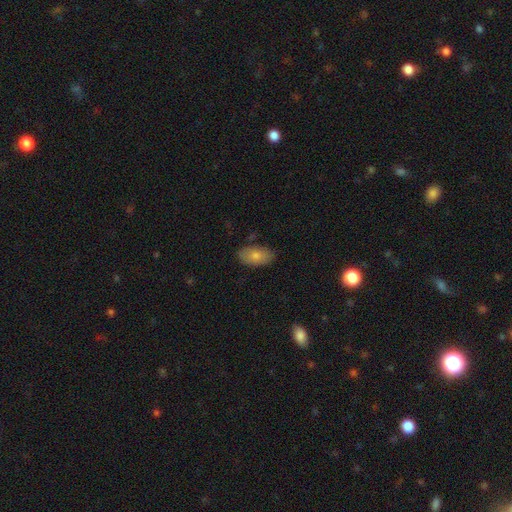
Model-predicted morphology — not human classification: This is likely a smooth galaxy (78%). How rounded: clearly in between (93%). Merging: clearly none (81%).